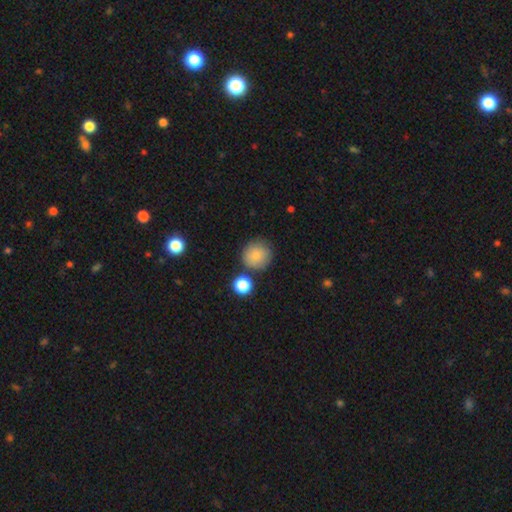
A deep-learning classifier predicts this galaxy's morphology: A smooth galaxy with no disk features (83%) that is round (93%).

Vote fractions:
- Smooth or featured? smooth: 83% / star or artifact: 9% / featured or disk: 8%
- How rounded? round: 93% / in between: 6% / cigar-shaped: 1%
- Merging? none: 78% / minor disturbance: 11% / merger: 8% / major disturbance: 3%